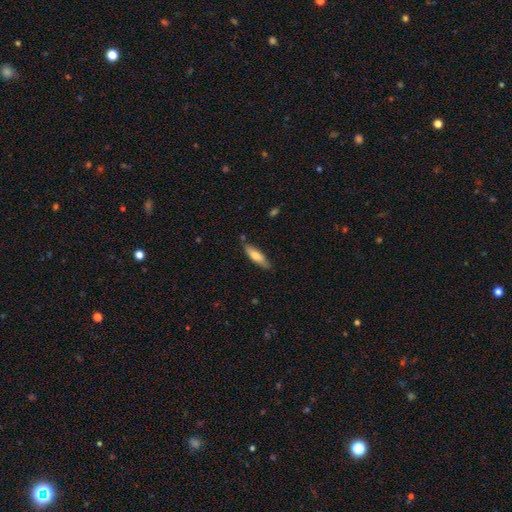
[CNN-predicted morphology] Smooth or featured? Predicted: smooth (p=0.73). How rounded? Predicted: cigar-shaped (p=0.60). Merging? Predicted: none (p=0.80).